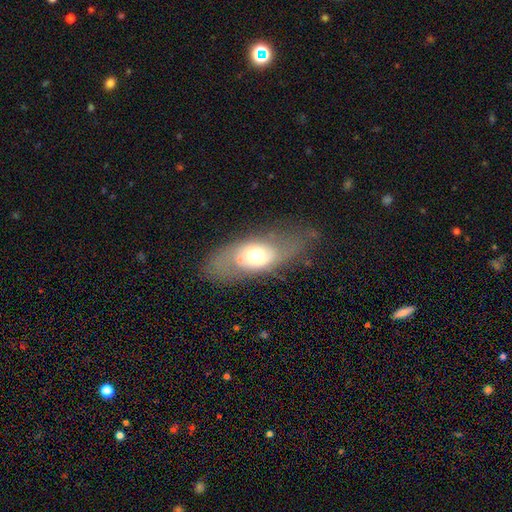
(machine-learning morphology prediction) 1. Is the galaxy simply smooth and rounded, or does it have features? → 49% featured or disk, 43% smooth, 9% star or artifact.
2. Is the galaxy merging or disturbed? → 55% none, 23% minor disturbance, 17% major disturbance, 5% merger.